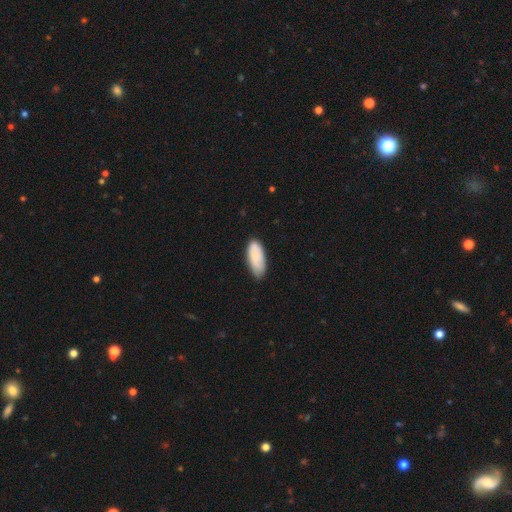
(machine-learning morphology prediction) This is likely a smooth galaxy (80%). How rounded: clearly in between (85%). Merging: likely none (72%).